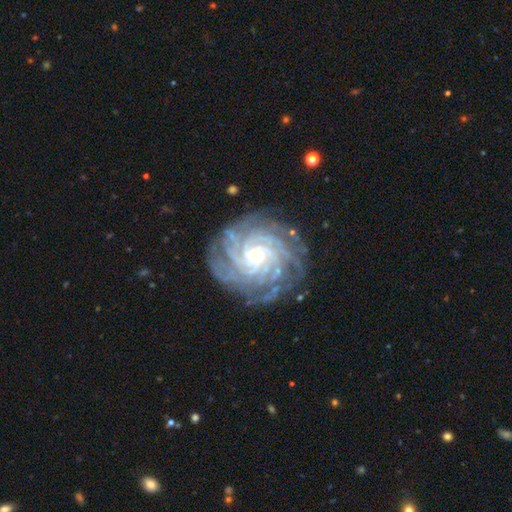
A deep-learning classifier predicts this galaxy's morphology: smooth-or-featured: featured or disk: 91% | star or artifact: 5% | smooth: 4%
  disk-edge-on: no: 98% | yes: 2%
    bar: no: 63% | weak: 27% | strong: 10%
    has-spiral-arms: yes: 98% | no: 2%
      spiral-winding: tight: 83% | medium: 15% | loose: 2%
      spiral-arm-count: more than 4: 34% | 4: 23% | can't tell: 16% | 3: 10% | 2: 8% | 1: 8%
    bulge-size: small: 77% | moderate: 17% | none: 3% | large: 2% | dominant: 1%
  merging: none: 82% | minor disturbance: 13% | major disturbance: 4% | merger: 1%